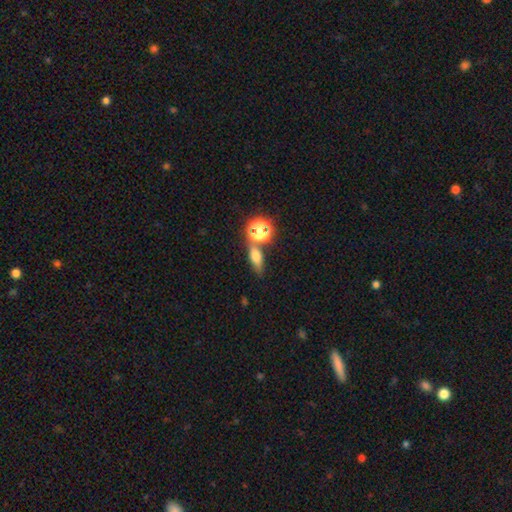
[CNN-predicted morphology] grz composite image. It shows a smooth galaxy with no disk features (60%) that is in between round and cigar-shaped (50%). Merging: none (64%).